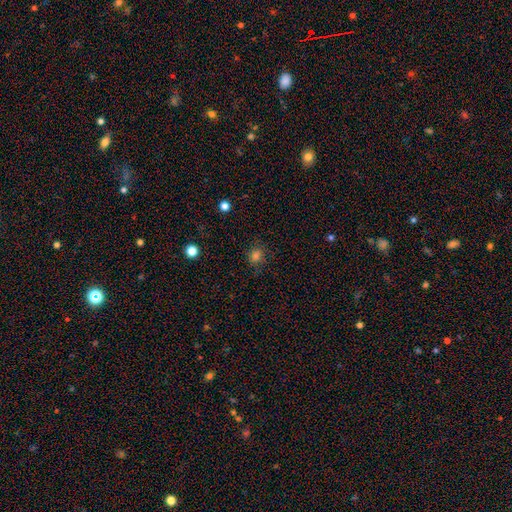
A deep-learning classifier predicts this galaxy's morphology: Smooth or featured? smooth (77%)
How rounded? round (72%)
Merging? none (84%)